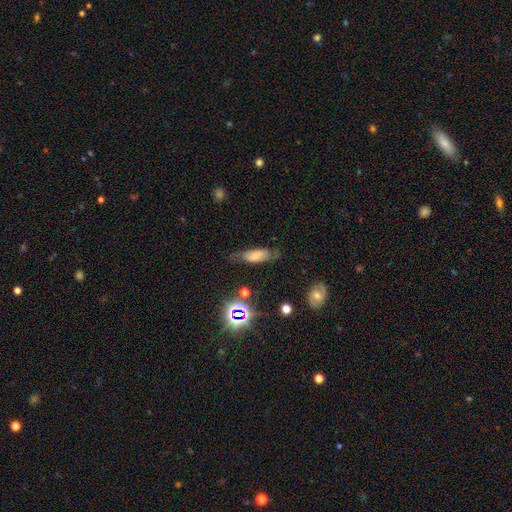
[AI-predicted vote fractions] A smooth galaxy with no disk features (51%) that is in between round and cigar-shaped (67%).

Vote fractions:
- Smooth or featured? smooth: 51% / featured or disk: 35% / star or artifact: 13%
- How rounded? in between: 67% / cigar-shaped: 29% / round: 4%
- Merging? none: 64% / minor disturbance: 24% / major disturbance: 10% / merger: 2%